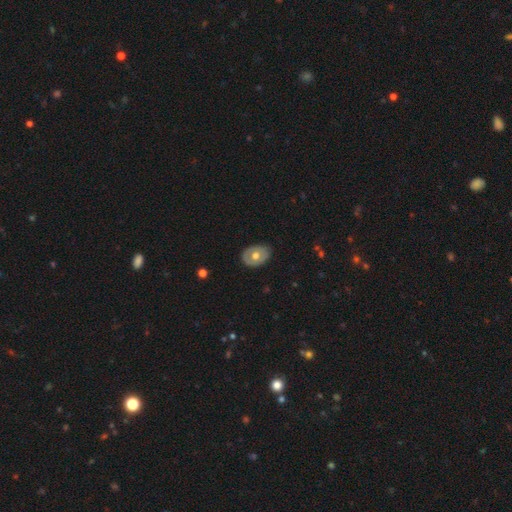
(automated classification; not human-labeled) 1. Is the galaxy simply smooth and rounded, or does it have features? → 52% smooth, 42% featured or disk, 6% star or artifact.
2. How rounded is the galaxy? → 71% in between, 28% round, 1% cigar-shaped.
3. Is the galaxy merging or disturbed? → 81% none, 14% minor disturbance, 3% major disturbance, 1% merger.